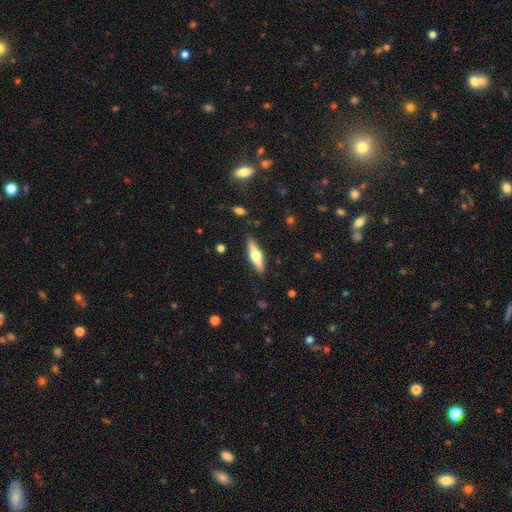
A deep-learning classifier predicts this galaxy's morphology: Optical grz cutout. It shows a featured or disk galaxy (51%) viewed edge-on (93%). Merging: none (87%).